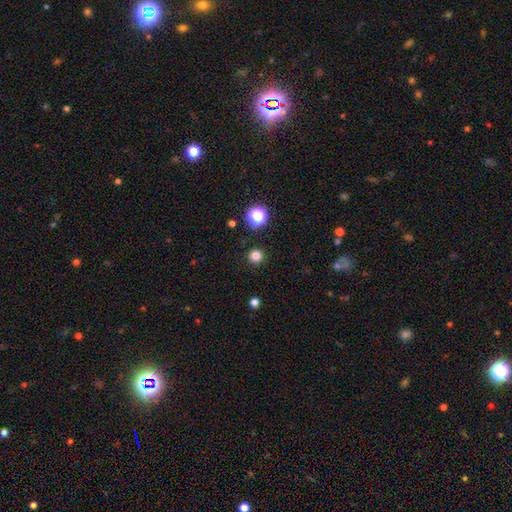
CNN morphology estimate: Overall: smooth (81%). How rounded: round (95%). Merging: none (92%).